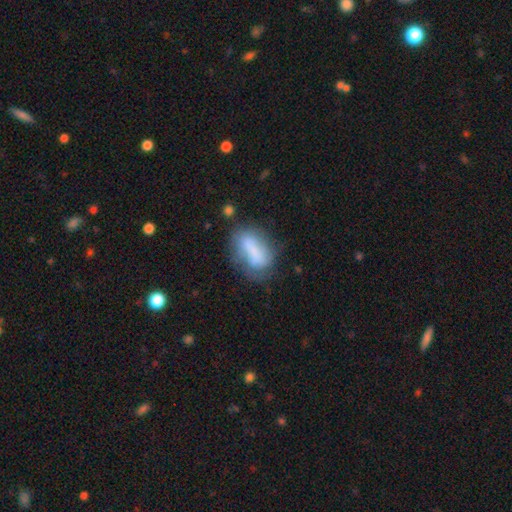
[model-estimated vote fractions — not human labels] smooth-or-featured: smooth: 62% | featured or disk: 29% | star or artifact: 9%
  how-rounded: in between: 79% | round: 15% | cigar-shaped: 6%
  merging: none: 40% | minor disturbance: 27% | major disturbance: 23% | merger: 10%